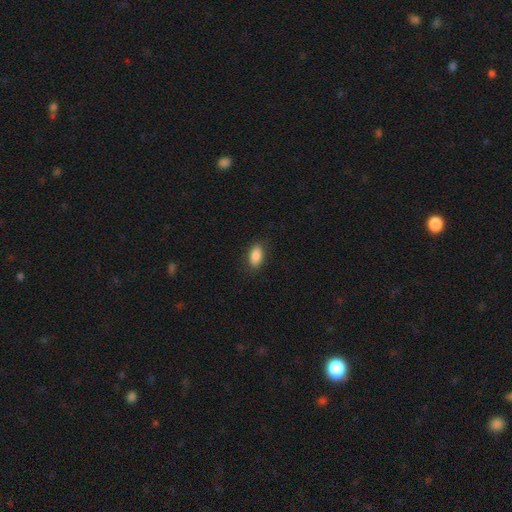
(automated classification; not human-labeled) A smooth galaxy with no disk features (87%) that is in between round and cigar-shaped (90%). Merging: none (86%).